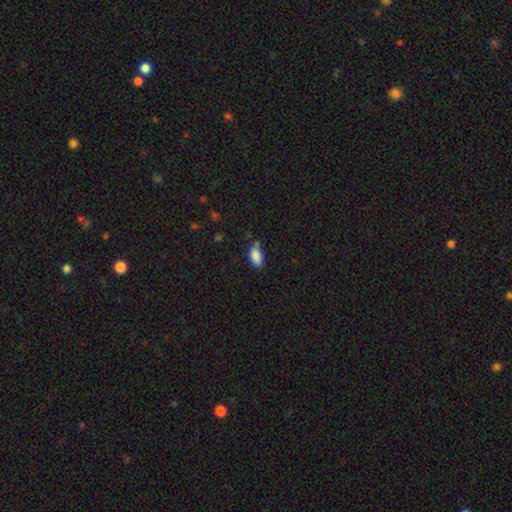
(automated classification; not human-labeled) Morphology: type=smooth (87%); roundness=in between (90%); merging=none (63%).